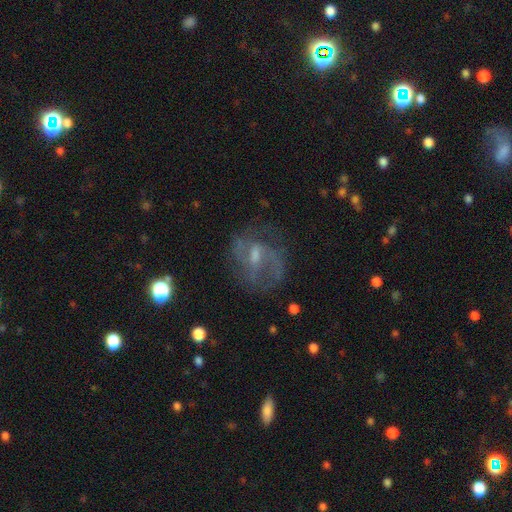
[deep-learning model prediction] The model was most divided on "bulge size": small: 41%, moderate: 37%, none: 18%, large: 3%, dominant: 1%. Remaining: edge-on disk — no (96%); spiral arms — yes (84%); smooth or featured — featured or disk (75%); merging — none (62%); bar — weak (56%); spiral arm count — 2 (55%); spiral winding — medium (49%).